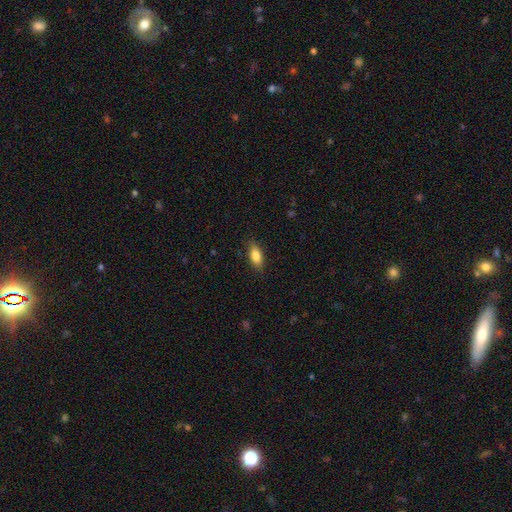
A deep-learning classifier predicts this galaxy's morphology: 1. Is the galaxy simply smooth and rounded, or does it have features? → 81% smooth, 12% featured or disk, 7% star or artifact.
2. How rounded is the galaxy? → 80% in between, 16% cigar-shaped, 3% round.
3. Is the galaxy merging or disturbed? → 85% none, 12% minor disturbance, 3% major disturbance, 1% merger.